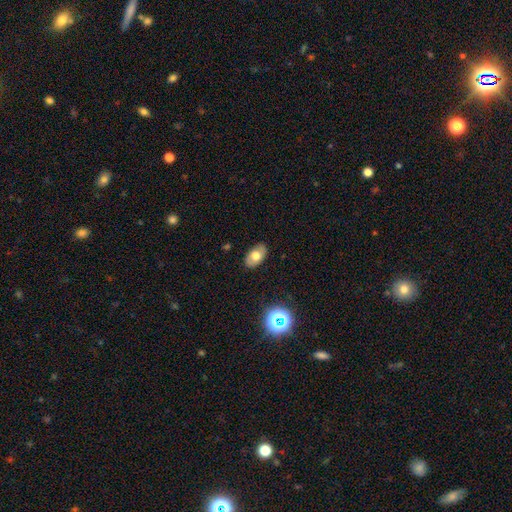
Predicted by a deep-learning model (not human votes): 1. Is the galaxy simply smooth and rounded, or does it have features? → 67% smooth, 24% featured or disk, 10% star or artifact.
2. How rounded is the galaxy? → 91% in between, 7% round, 1% cigar-shaped.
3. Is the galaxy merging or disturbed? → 86% none, 11% minor disturbance, 2% major disturbance, 1% merger.